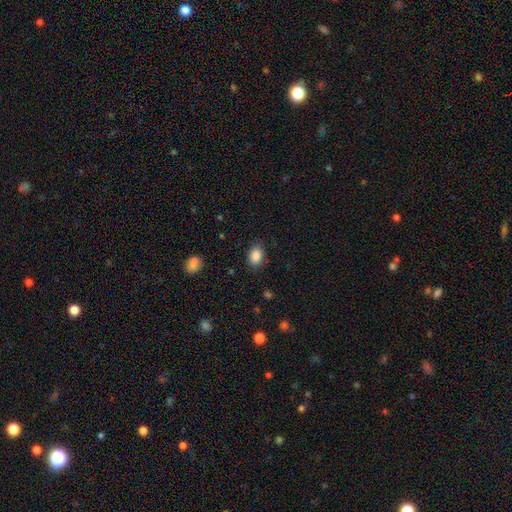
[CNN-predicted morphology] type=smooth (87%); roundness=in between (78%); merging=none (84%).